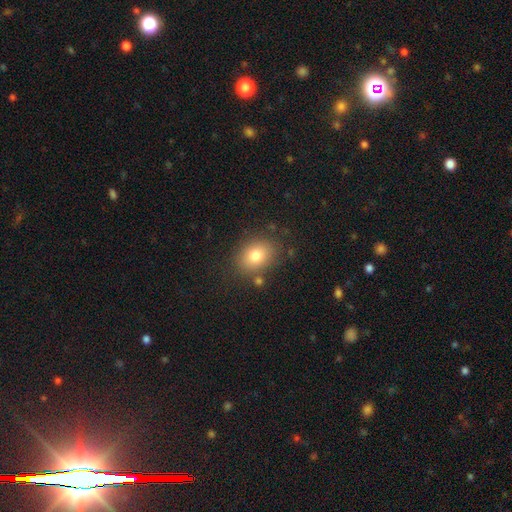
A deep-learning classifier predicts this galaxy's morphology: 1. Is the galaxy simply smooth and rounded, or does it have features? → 78% smooth, 11% featured or disk, 11% star or artifact.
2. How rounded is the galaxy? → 60% in between, 39% round, 1% cigar-shaped.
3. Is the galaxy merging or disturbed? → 79% none, 12% minor disturbance, 5% merger, 4% major disturbance.